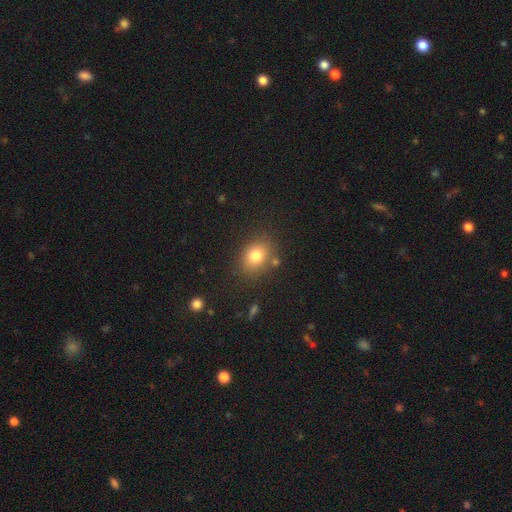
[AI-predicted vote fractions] The model was most divided on "how rounded": in between: 50%, round: 49%, cigar-shaped: 1%. More confident: smooth or featured — smooth (78%); merging — none (77%).